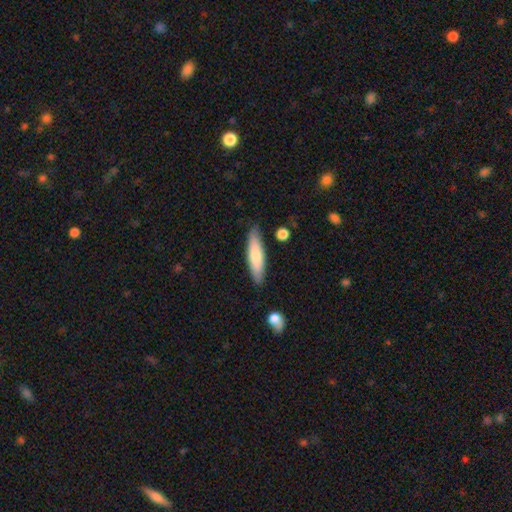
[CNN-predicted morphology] smooth-or-featured: smooth: 75% | featured or disk: 20% | star or artifact: 5%
  how-rounded: cigar-shaped: 69% | in between: 29% | round: 1%
  merging: none: 85% | minor disturbance: 11% | merger: 2% | major disturbance: 2%